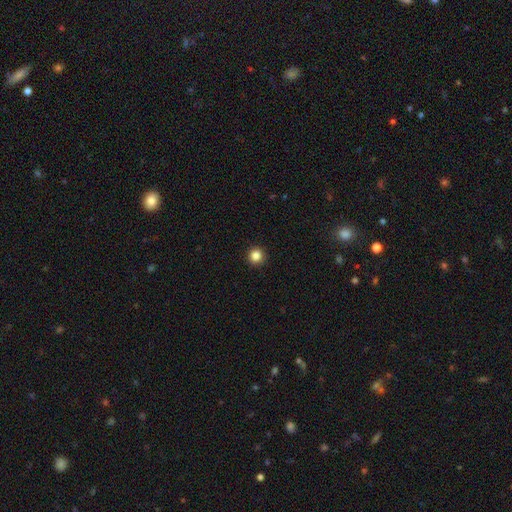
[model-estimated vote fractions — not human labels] A smooth galaxy with no disk features (85%) that is round (96%). Merging: none (93%).